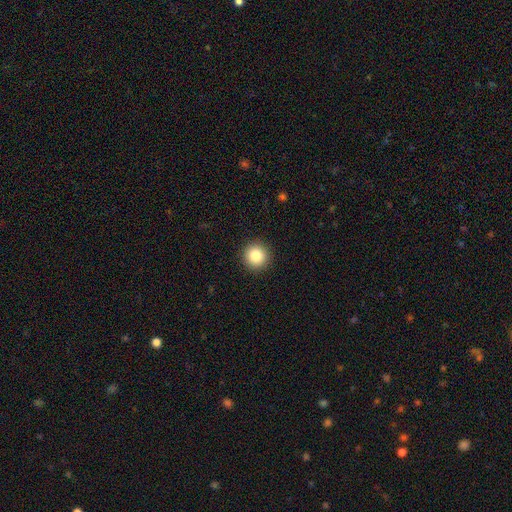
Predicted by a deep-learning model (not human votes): This appears to be a smooth galaxy with no disk features (86%) that is round (95%). Merging: none (93%).